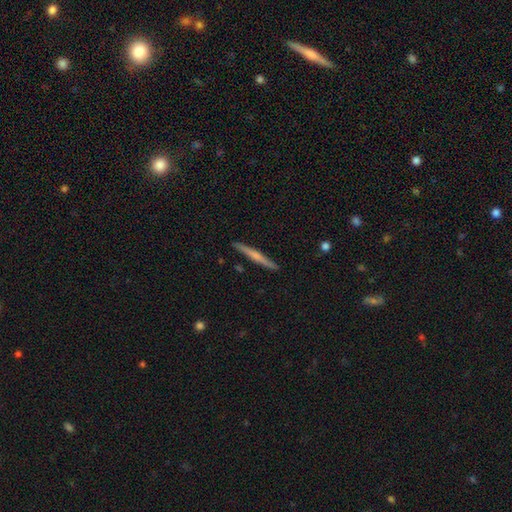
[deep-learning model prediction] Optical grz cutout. It shows a featured or disk galaxy (53%) viewed edge-on (98%) with a rounded central bulge (47%). Merging: none (91%).